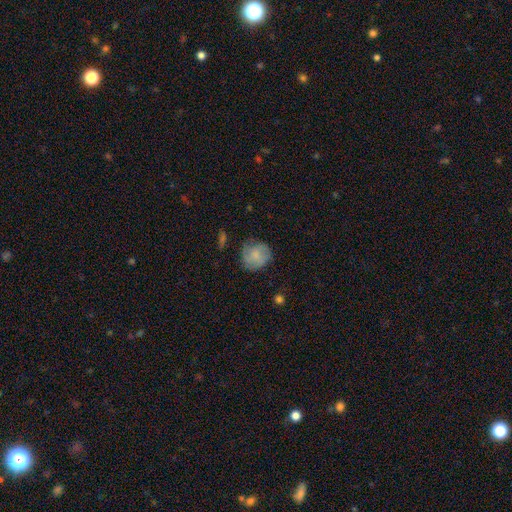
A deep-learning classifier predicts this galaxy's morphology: Overall: smooth (67%). How rounded: round (85%). Merging: none (71%).